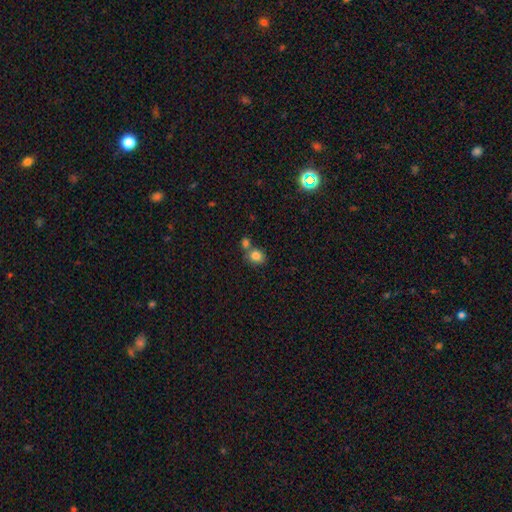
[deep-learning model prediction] smooth-or-featured: smooth: 83% | star or artifact: 10% | featured or disk: 7%
  how-rounded: round: 73% | in between: 26% | cigar-shaped: 1%
  merging: none: 54% | merger: 32% | minor disturbance: 10% | major disturbance: 3%